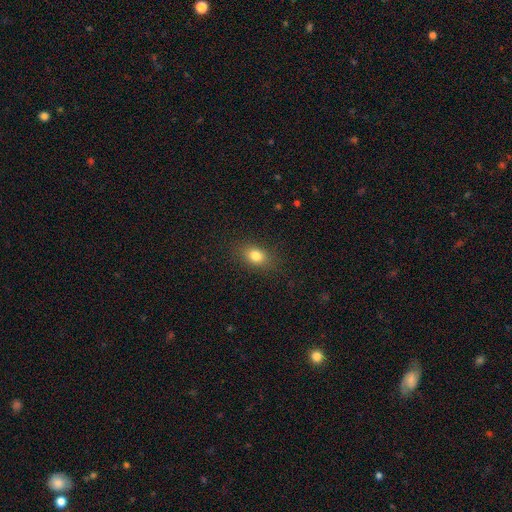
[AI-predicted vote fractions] Morphology: type=smooth (81%); roundness=in between (71%); merging=none (85%).